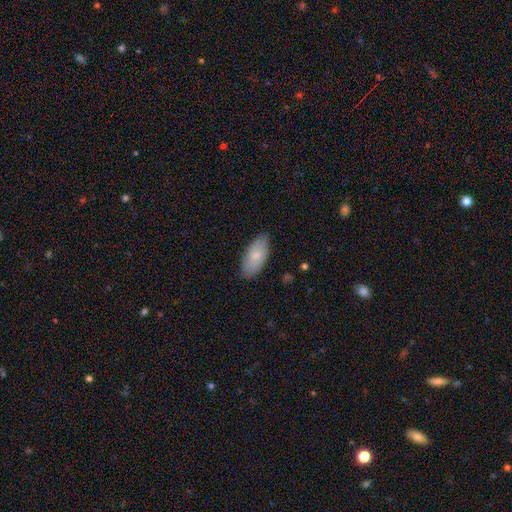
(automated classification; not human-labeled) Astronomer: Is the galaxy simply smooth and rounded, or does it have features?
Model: smooth — 78%.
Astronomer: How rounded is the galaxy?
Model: in between — 92%.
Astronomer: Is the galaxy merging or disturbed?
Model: none — 83%.